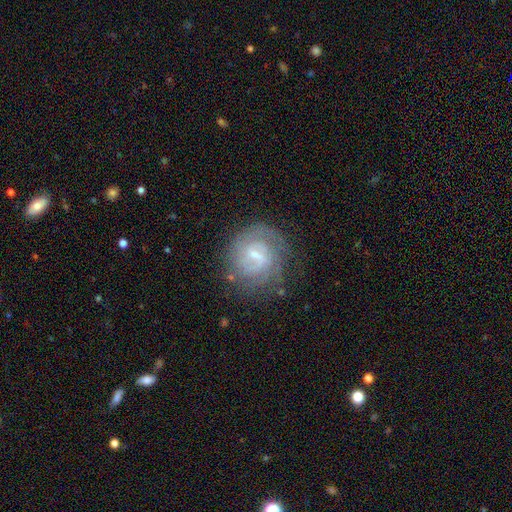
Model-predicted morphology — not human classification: smooth_or_featured: featured or disk (p=0.75) [alt: smooth p=0.17]
disk_edge_on: no (p=0.97) [alt: yes p=0.03]
bar: weak (p=0.60) [alt: strong p=0.23]
has_spiral_arms: yes (p=0.88) [alt: no p=0.12]
spiral_winding: tight (p=0.59) [alt: medium p=0.31]
spiral_arm_count: can't tell (p=0.38) [alt: 2 p=0.34]
bulge_size: small (p=0.56) [alt: moderate p=0.28]
merging: none (p=0.70) [alt: minor disturbance p=0.18]